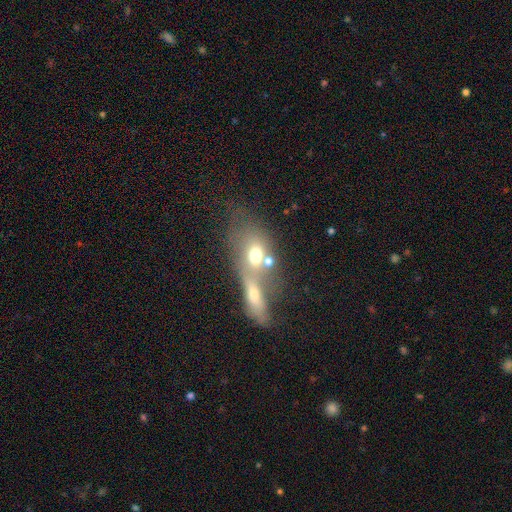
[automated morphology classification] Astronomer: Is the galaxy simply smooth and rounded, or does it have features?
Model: smooth — 61%.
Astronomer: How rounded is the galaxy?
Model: in between — 68%.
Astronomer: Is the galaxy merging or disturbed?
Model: merger — 62%.